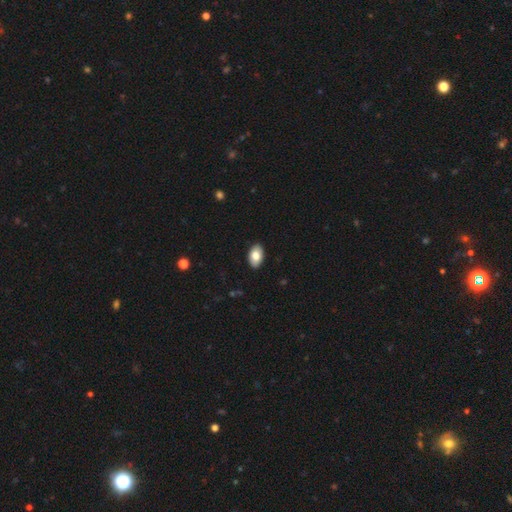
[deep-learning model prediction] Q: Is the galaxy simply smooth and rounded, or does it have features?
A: smooth — 79%.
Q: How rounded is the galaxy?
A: in between — 93%.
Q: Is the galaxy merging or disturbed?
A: none — 90%.